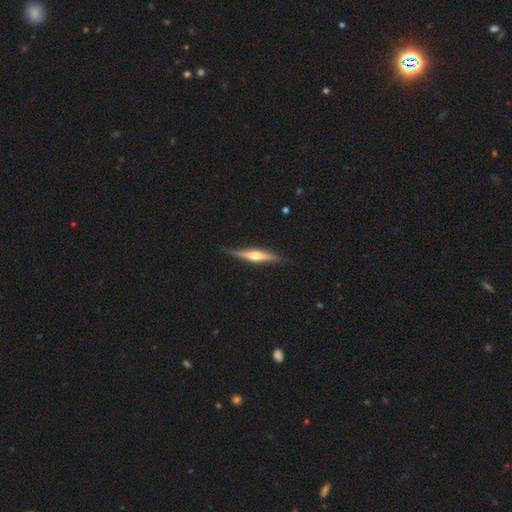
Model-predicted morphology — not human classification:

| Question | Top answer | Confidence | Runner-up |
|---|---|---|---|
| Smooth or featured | featured or disk | 70% | smooth (25%) |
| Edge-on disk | yes | 97% | no (3%) |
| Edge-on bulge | rounded | 89% | boxy (6%) |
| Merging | none | 81% | minor disturbance (14%) |